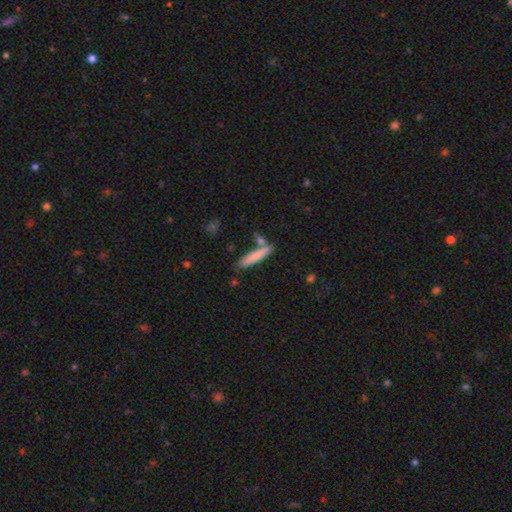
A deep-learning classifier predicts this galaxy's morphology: Overall: smooth (77%). How rounded: cigar-shaped (87%). Merging: none (73%).